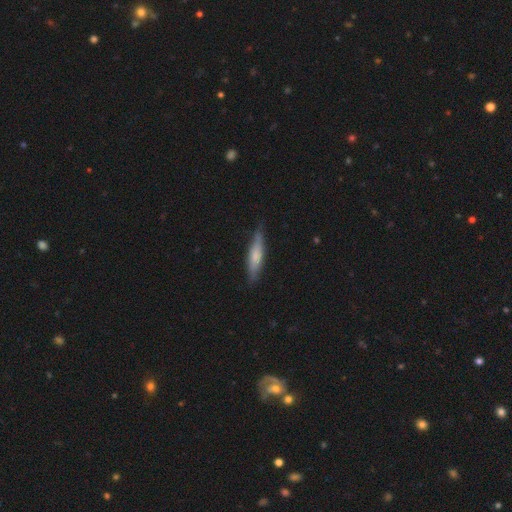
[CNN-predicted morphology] The model was most divided on "smooth or featured": smooth: 62%, featured or disk: 33%, star or artifact: 5%. More confident: merging — none (79%); how rounded — cigar-shaped (79%).